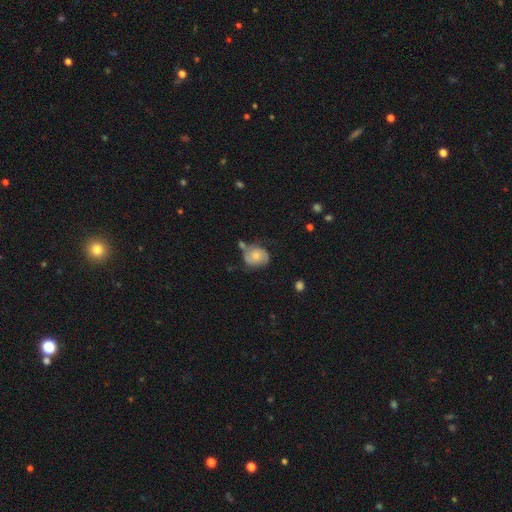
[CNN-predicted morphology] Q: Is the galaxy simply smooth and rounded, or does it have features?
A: featured or disk — 59%.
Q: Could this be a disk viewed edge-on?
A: no — 97%.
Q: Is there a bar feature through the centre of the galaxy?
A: no — 72%.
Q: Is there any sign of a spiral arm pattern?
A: yes — 89%.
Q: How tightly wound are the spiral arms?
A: medium — 44%.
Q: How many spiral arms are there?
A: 2 — 79%.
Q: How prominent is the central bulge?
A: moderate — 46%.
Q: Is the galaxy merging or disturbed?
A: none — 53%.